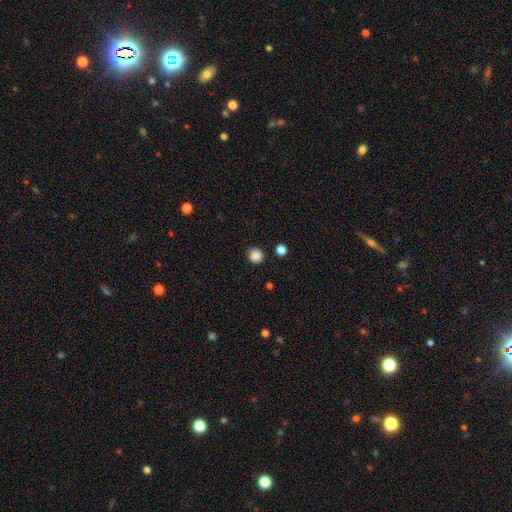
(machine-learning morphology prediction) The model was most divided on "smooth or featured": smooth: 86%, star or artifact: 11%, featured or disk: 4%. More confident: how rounded — round (90%); merging — none (85%).